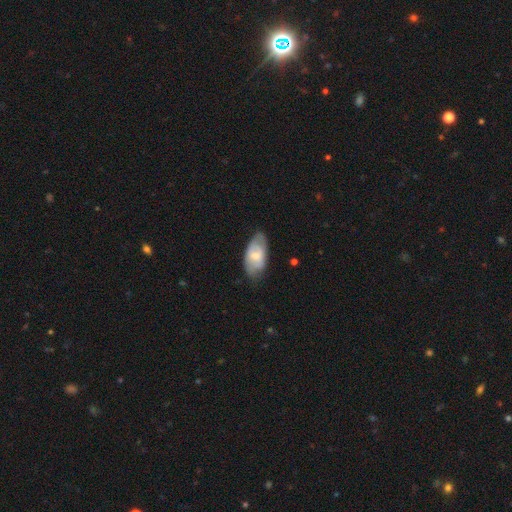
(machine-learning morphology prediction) This appears to be a smooth galaxy with no disk features (54%) that is in between round and cigar-shaped (93%). Merging: none (63%).